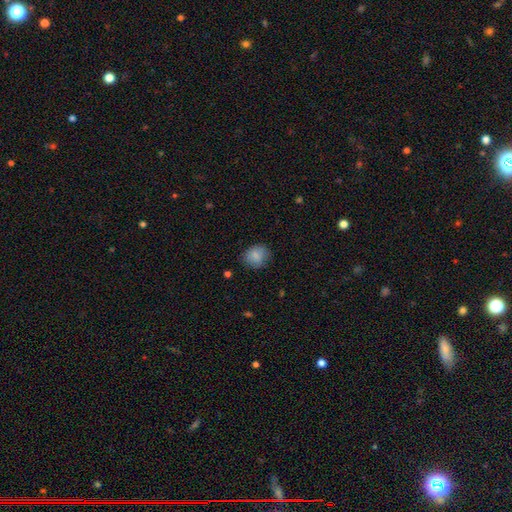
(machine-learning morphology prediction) A smooth galaxy with no disk features (83%) that is round (66%). Merging: none (78%).